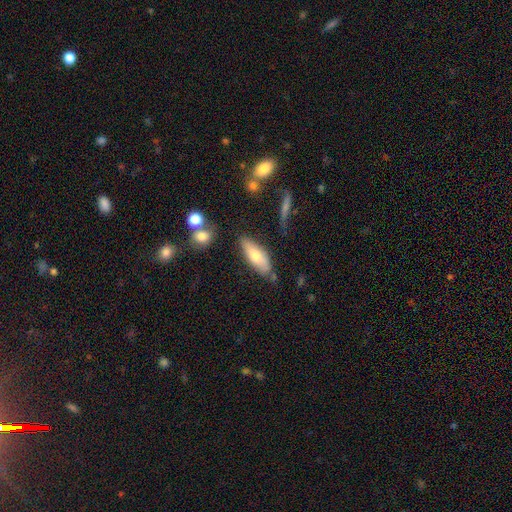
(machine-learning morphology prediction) Overall: smooth (67%). How rounded: in between (67%; cigar-shaped 31%). Merging: none (73%).